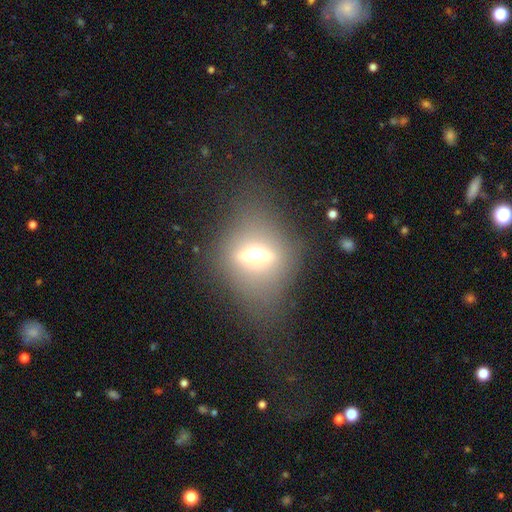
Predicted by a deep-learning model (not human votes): smooth-or-featured: featured or disk: 44% | smooth: 36% | star or artifact: 20%
  merging: none: 76% | minor disturbance: 11% | major disturbance: 11% | merger: 2%